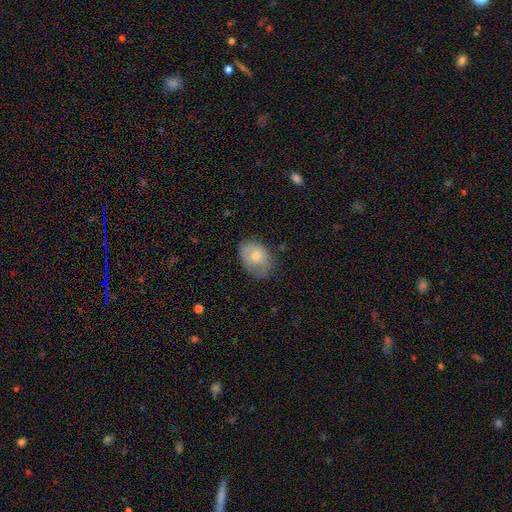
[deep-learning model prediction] A smooth galaxy with no disk features (72%) that is in between round and cigar-shaped (79%).

Vote fractions:
- Smooth or featured? smooth: 72% / featured or disk: 21% / star or artifact: 7%
- How rounded? in between: 79% / round: 19% / cigar-shaped: 1%
- Merging? none: 59% / minor disturbance: 31% / major disturbance: 9% / merger: 2%